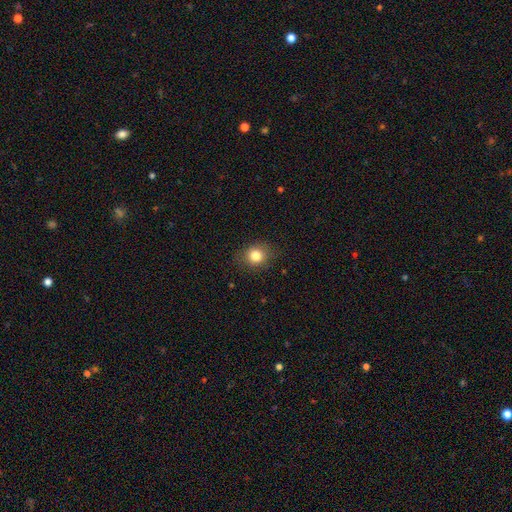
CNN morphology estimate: A smooth galaxy with no disk features (82%) that is round (71%). Merging: none (85%).